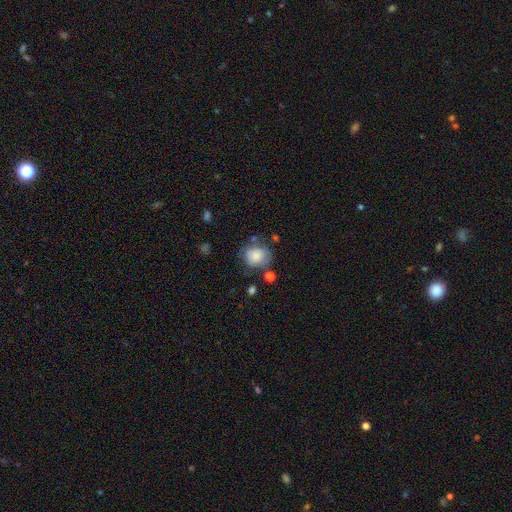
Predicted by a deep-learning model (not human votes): This appears to be a smooth galaxy with no disk features (78%) that is round (67%). Merging: none (60%).